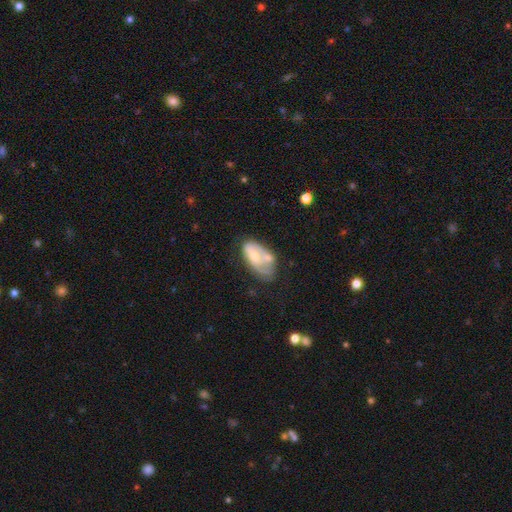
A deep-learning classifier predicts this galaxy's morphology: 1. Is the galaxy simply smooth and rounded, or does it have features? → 46% featured or disk (tied), 46% smooth (tied), 7% star or artifact.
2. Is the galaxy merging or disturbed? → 29% none, 27% minor disturbance, 23% major disturbance, 21% merger.